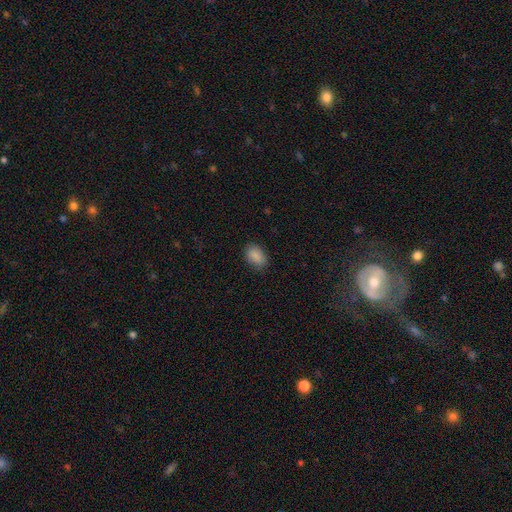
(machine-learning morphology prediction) This appears to be a smooth galaxy with no disk features (88%) that is in between round and cigar-shaped (87%). Merging: none (85%).